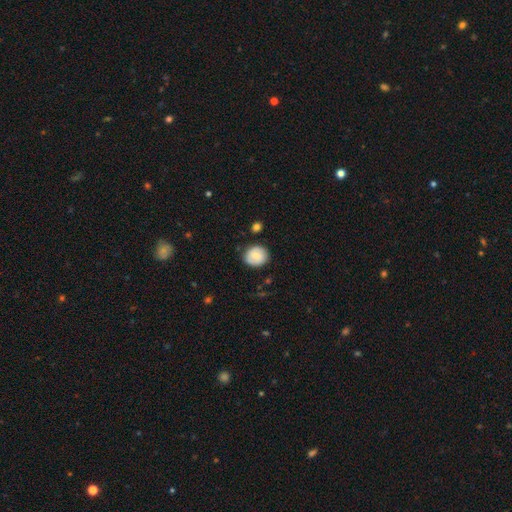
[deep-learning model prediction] Morphology: type=smooth (69%); roundness=round (76%); merging=none (81%).